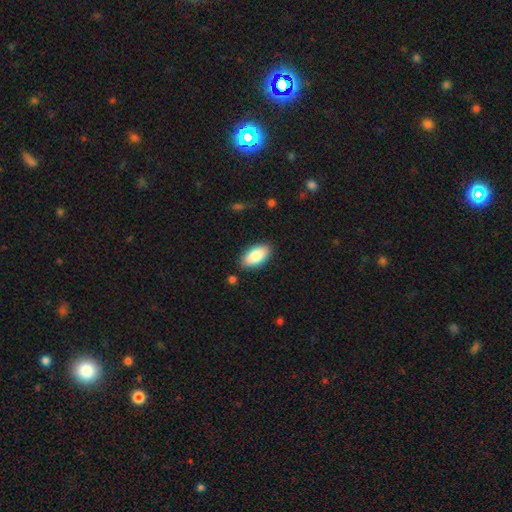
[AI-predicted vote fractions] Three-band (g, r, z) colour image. It shows a smooth galaxy with no disk features (85%) that is in between round and cigar-shaped (93%). Merging: none (85%).